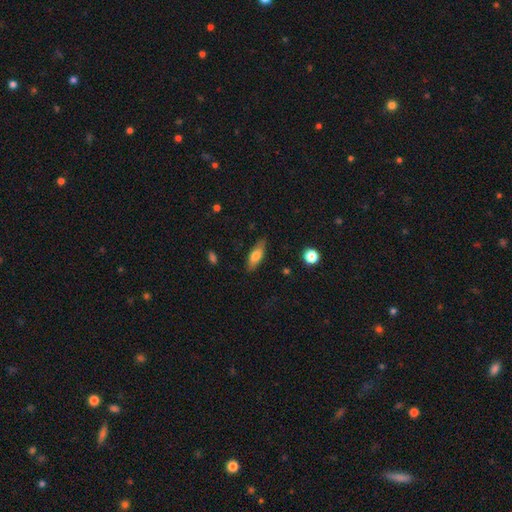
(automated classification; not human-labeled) Q: Smooth or featured?
A: smooth (69%); runner-up: featured or disk (24%)
Q: How rounded?
A: in between (62%); runner-up: cigar-shaped (35%)
Q: Merging?
A: none (83%); runner-up: minor disturbance (13%)